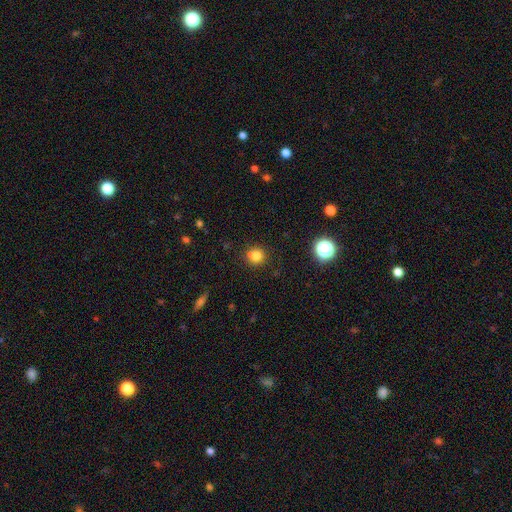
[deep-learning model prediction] The model was most divided on "smooth or featured": smooth: 81%, star or artifact: 13%, featured or disk: 6%. More confident: merging — none (86%); how rounded — round (86%).